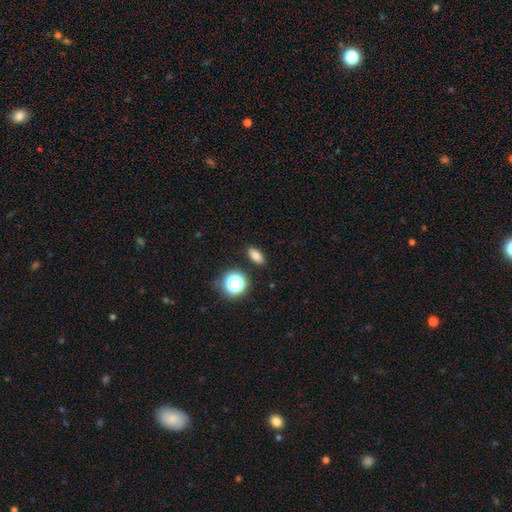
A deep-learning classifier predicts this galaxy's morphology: Smooth or featured? smooth (78%)
How rounded? in between (78%)
Merging? none (88%)